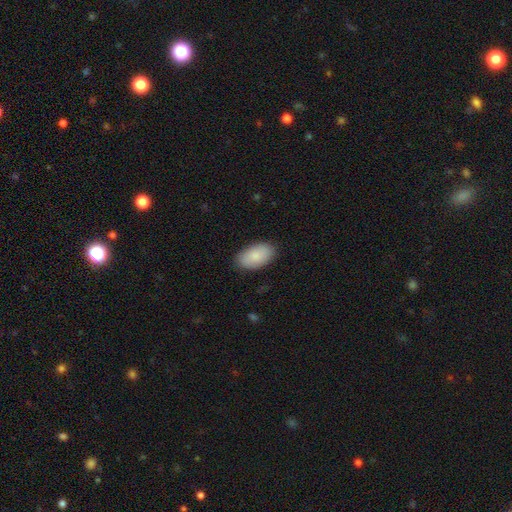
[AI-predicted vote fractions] Smooth or featured?
  - smooth: 87% *
  - featured or disk: 8%
  - star or artifact: 6%
How rounded?
  - in between: 95% *
  - round: 3%
  - cigar-shaped: 2%
Merging?
  - none: 86% *
  - minor disturbance: 11%
  - major disturbance: 2%
  - merger: 1%